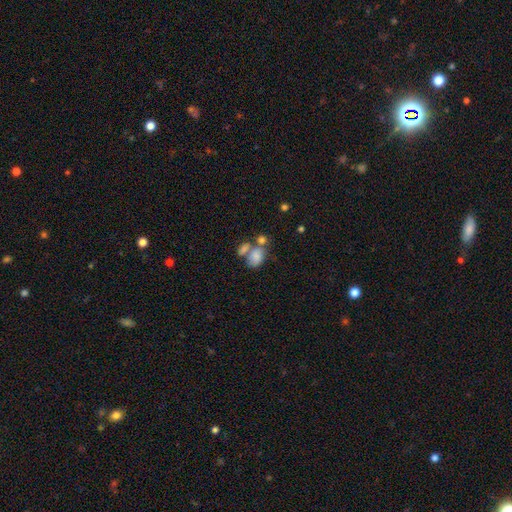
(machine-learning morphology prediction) Smooth or featured? smooth (76%)
How rounded? in between (80%)
Merging? merger (50%)